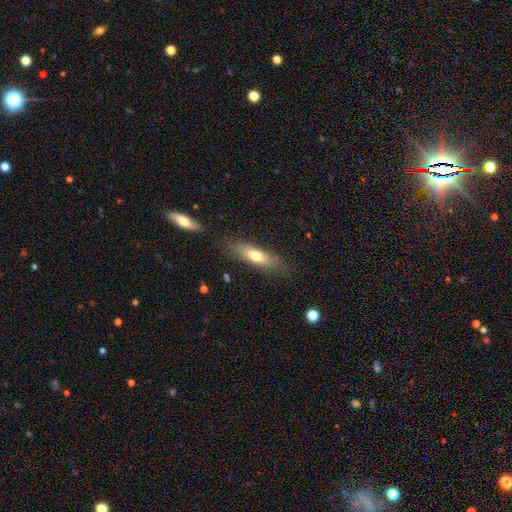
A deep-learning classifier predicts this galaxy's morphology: Smooth or featured?
  - smooth: 66% *
  - featured or disk: 27%
  - star or artifact: 7%
How rounded?
  - cigar-shaped: 59% *
  - in between: 39%
  - round: 2%
Merging?
  - none: 79% *
  - minor disturbance: 14%
  - major disturbance: 4%
  - merger: 2%